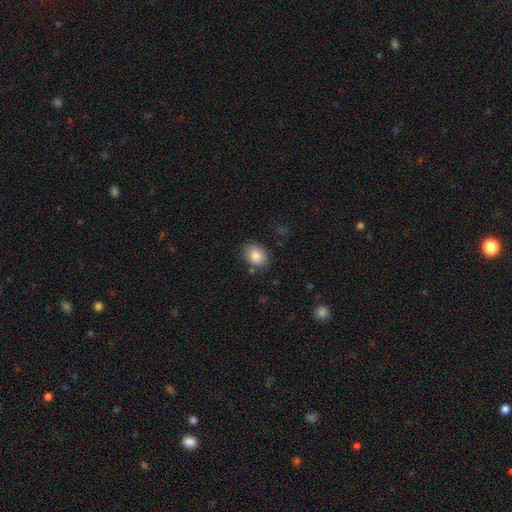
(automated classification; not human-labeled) smooth-or-featured: smooth: 86% | star or artifact: 8% | featured or disk: 6%
  how-rounded: in between: 66% | round: 34% | cigar-shaped: 1%
  merging: none: 78% | minor disturbance: 15% | major disturbance: 4% | merger: 3%